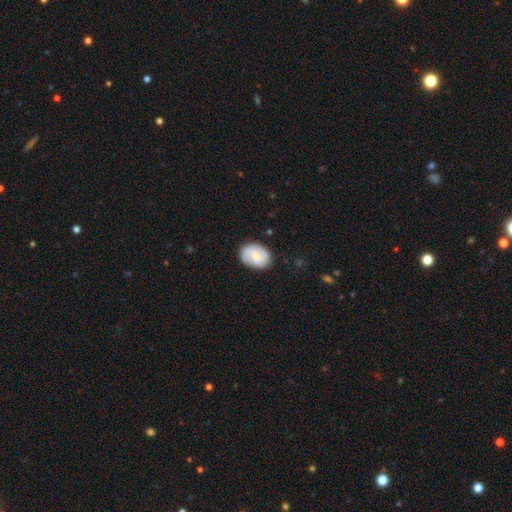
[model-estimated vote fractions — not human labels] A smooth galaxy with no disk features (53%) that is in between round and cigar-shaped (68%).

Vote fractions:
- Smooth or featured? smooth: 53% / featured or disk: 40% / star or artifact: 6%
- How rounded? in between: 68% / round: 31% / cigar-shaped: 1%
- Merging? none: 79% / minor disturbance: 16% / major disturbance: 4% / merger: 1%